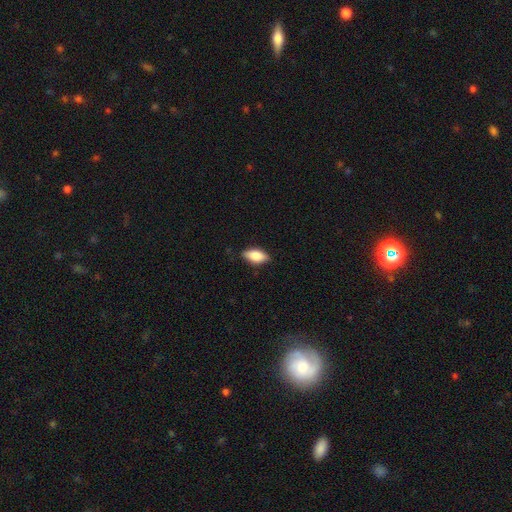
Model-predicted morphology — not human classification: This is likely a smooth galaxy (80%). How rounded: clearly in between (88%). Merging: clearly none (82%).